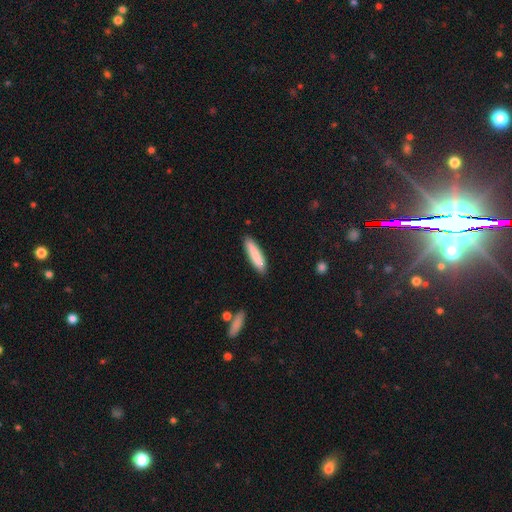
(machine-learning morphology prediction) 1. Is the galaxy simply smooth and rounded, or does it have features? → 84% smooth, 10% featured or disk, 6% star or artifact.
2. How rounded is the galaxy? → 79% cigar-shaped, 20% in between, 1% round.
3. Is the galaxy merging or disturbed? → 86% none, 10% minor disturbance, 2% major disturbance, 2% merger.